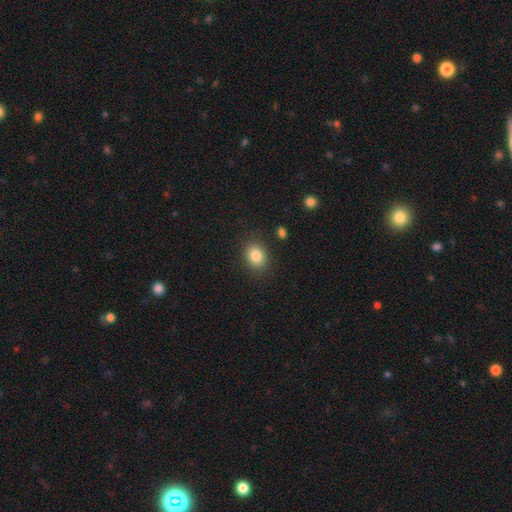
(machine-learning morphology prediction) A smooth galaxy with no disk features (84%) that is in between round and cigar-shaped (54%). Merging: none (85%).